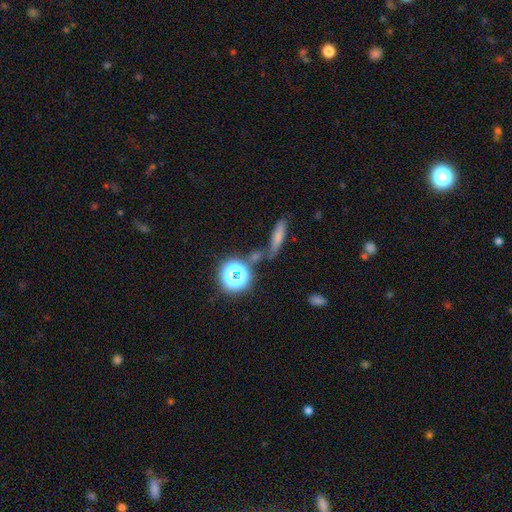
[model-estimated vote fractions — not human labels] Q: Smooth or featured?
A: smooth (49%); runner-up: star or artifact (36%)
Q: Merging?
A: none (63%); runner-up: merger (15%)